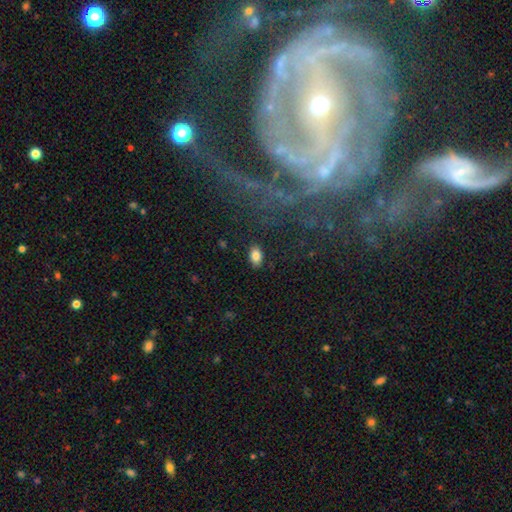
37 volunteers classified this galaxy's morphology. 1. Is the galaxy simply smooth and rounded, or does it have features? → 95% smooth, 3% featured or disk, 3% star or artifact.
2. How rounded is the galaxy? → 77% in between, 20% round, 3% cigar-shaped.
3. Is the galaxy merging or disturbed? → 86% none, 8% minor disturbance, 3% major disturbance, 3% merger.